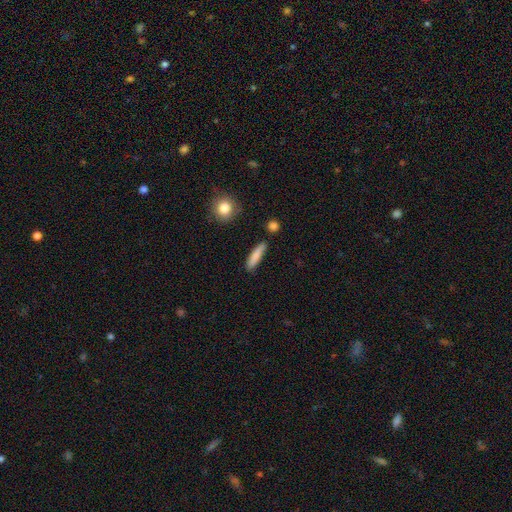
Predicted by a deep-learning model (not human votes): Smooth or featured? smooth (82%)
How rounded? cigar-shaped (80%)
Merging? none (84%)